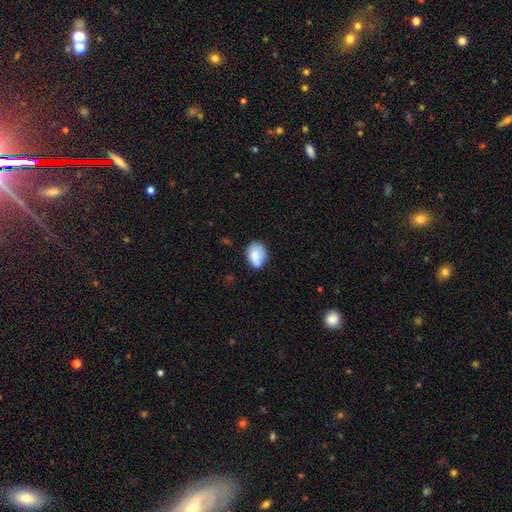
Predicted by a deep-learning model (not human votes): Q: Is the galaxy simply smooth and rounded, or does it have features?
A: smooth — 81%.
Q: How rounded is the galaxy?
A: in between — 66%.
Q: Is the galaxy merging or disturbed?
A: none — 60%.